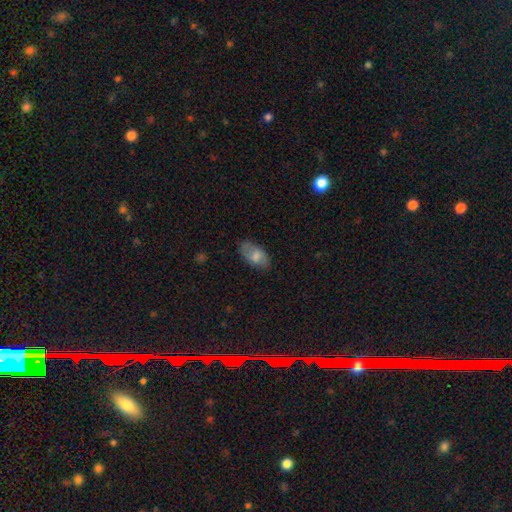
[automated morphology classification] Smooth or featured? smooth (73%)
How rounded? in between (93%)
Merging? none (74%)